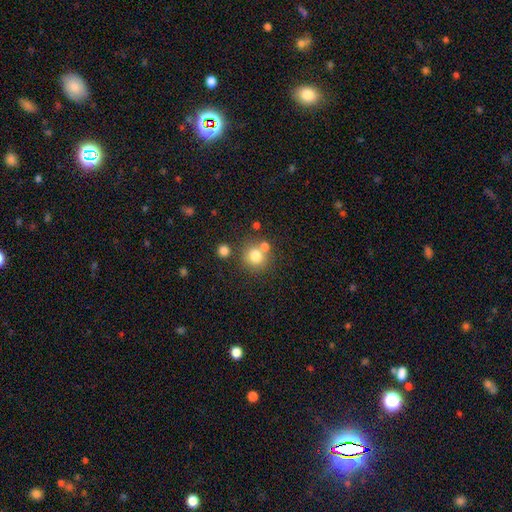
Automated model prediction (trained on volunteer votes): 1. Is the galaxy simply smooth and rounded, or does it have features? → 77% smooth, 13% star or artifact, 10% featured or disk.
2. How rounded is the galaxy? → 88% round, 11% in between, 1% cigar-shaped.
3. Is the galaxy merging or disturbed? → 65% none, 23% merger, 9% minor disturbance, 4% major disturbance.